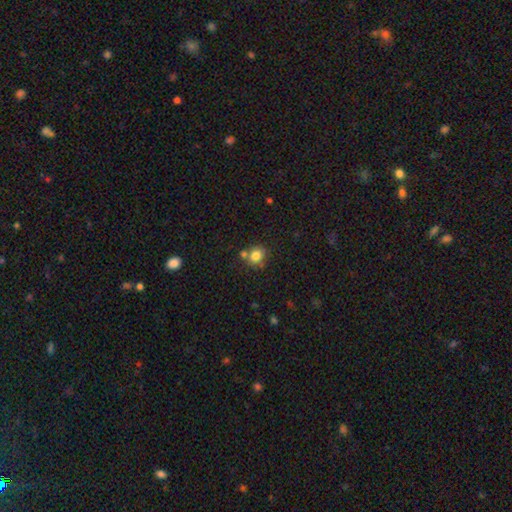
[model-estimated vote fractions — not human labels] Q: Smooth or featured?
A: smooth (80%); runner-up: star or artifact (11%)
Q: How rounded?
A: round (68%); runner-up: in between (32%)
Q: Merging?
A: none (60%); runner-up: merger (23%)